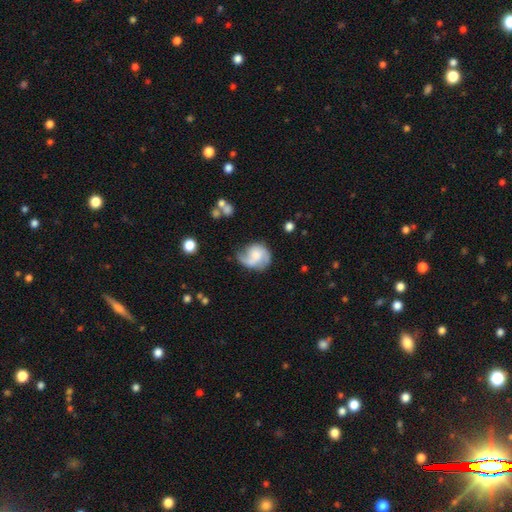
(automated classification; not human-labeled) featured or disk 64%, smooth 29%, star or artifact 7%. Down the decision tree: edge-on disk — no (98%); bar — no (64%); spiral arms — yes (89%); spiral arm count — 2 (60%); spiral winding — medium (42%); bulge size — moderate (33%); merging — none (49%).